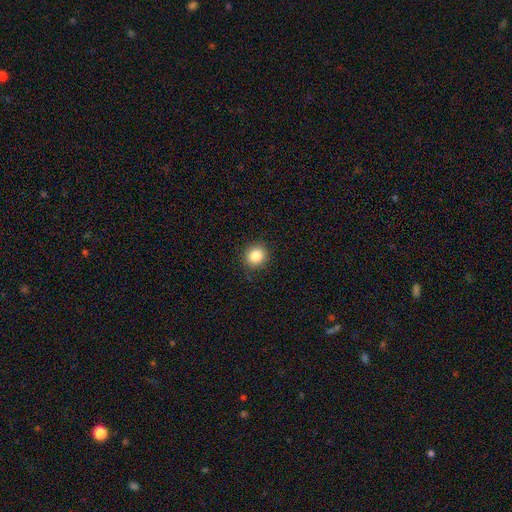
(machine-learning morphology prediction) Smooth or featured? smooth (85%)
How rounded? round (89%)
Merging? none (89%)